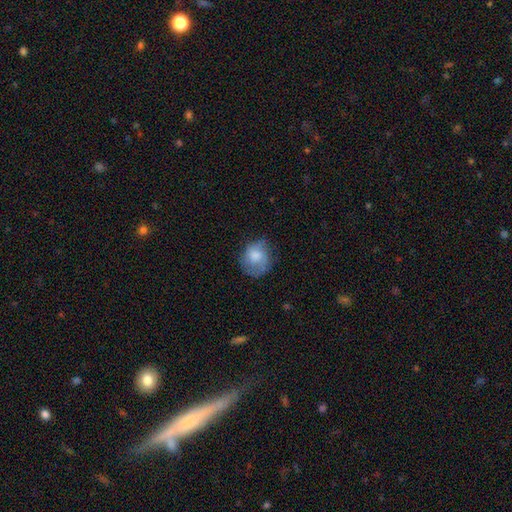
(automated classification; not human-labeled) Smooth or featured: smooth — 66% (featured or disk — 27%)
How rounded: round — 74% (in between — 25%)
Merging: none — 59% (minor disturbance — 27%)